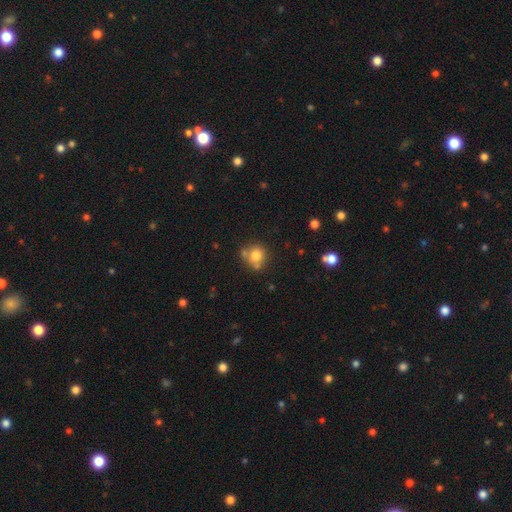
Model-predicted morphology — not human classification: smooth_or_featured: smooth (p=0.77) [alt: star or artifact p=0.12]
how_rounded: round (p=0.86) [alt: in between p=0.13]
merging: none (p=0.60) [alt: merger p=0.19]